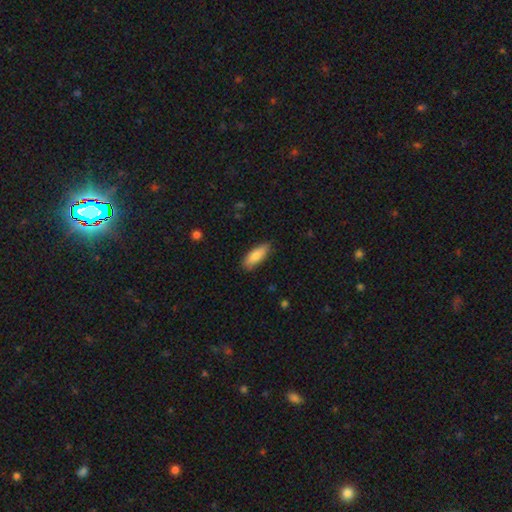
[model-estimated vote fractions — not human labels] smooth 83%, featured or disk 11%, star or artifact 6%. Down the decision tree: how rounded — in between (67%); merging — none (82%).